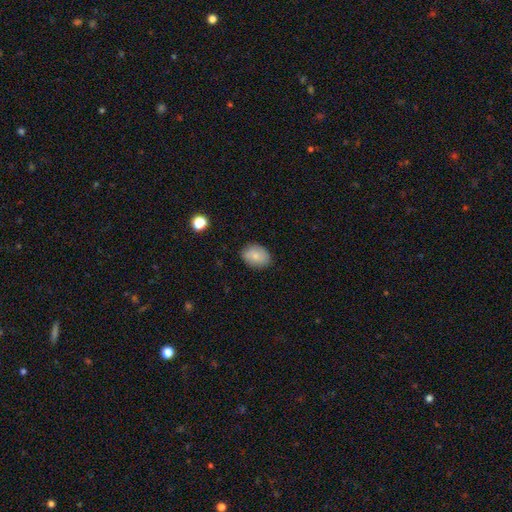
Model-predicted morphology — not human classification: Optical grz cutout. It shows a smooth galaxy with no disk features (75%) that is in between round and cigar-shaped (72%). Merging: none (84%).